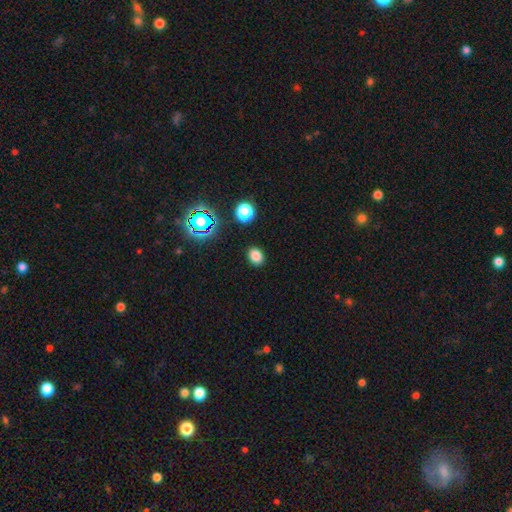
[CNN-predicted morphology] The model was most divided on "how rounded": in between: 61%, round: 38%, cigar-shaped: 1%. More confident: merging — none (89%); smooth or featured — smooth (80%).